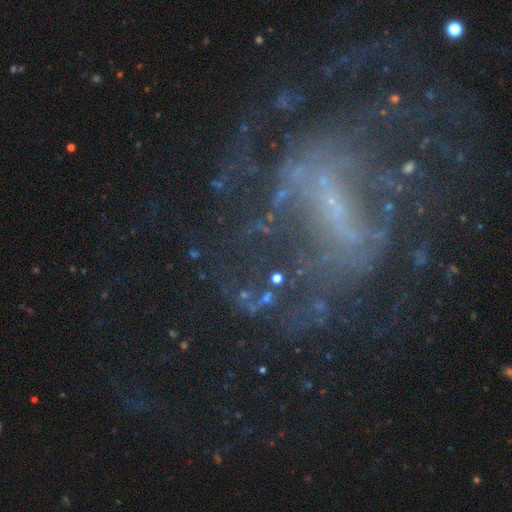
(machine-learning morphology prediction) smooth-or-featured: featured or disk: 76% | star or artifact: 16% | smooth: 9%
  disk-edge-on: no: 96% | yes: 4%
    bar: strong: 41% | weak: 37% | no: 22%
    has-spiral-arms: yes: 71% | no: 29%
      spiral-winding: medium: 38% | loose: 36% | tight: 26%
      spiral-arm-count: can't tell: 40% | 2: 33% | 3: 8% | 1: 7% | 4: 6% | more than 4: 6%
    bulge-size: small: 61% | none: 25% | moderate: 11% | large: 2% | dominant: 1%
  merging: none: 52% | major disturbance: 29% | minor disturbance: 15% | merger: 4%